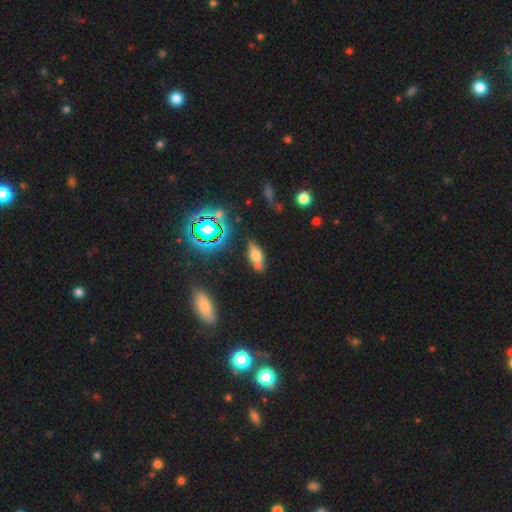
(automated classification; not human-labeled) smooth-or-featured: smooth: 54% | featured or disk: 29% | star or artifact: 17%
  how-rounded: in between: 70% | cigar-shaped: 24% | round: 6%
  merging: none: 65% | minor disturbance: 20% | merger: 8% | major disturbance: 6%